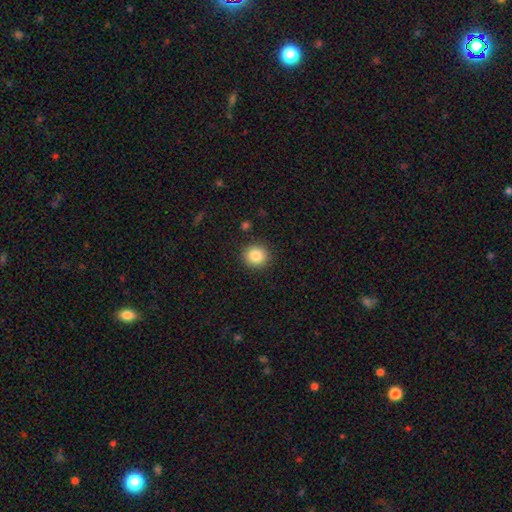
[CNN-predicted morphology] smooth_or_featured: smooth (p=0.85) [alt: star or artifact p=0.10]
how_rounded: round (p=0.91) [alt: in between p=0.08]
merging: none (p=0.90) [alt: minor disturbance p=0.07]